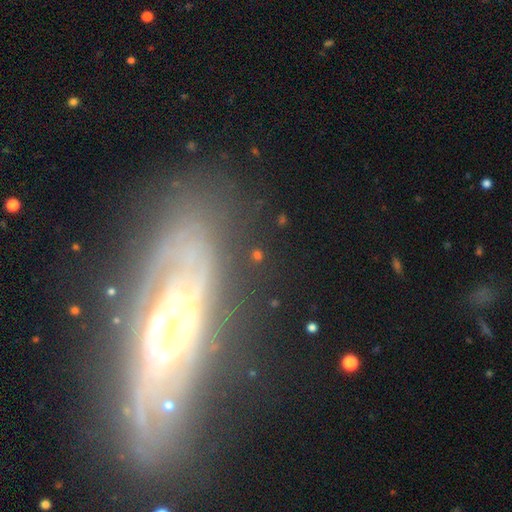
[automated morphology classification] Overall: featured or disk (76%). Edge-on disk: no (71%). Bar: no (64%). Spiral arms: yes (72%). Bulge size: moderate (39%; large 34%). Merging: none (70%).